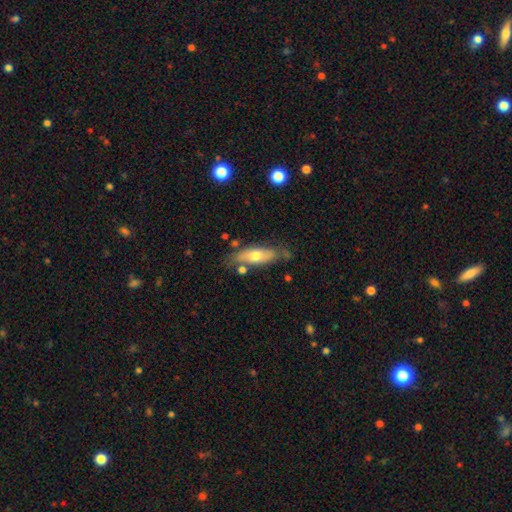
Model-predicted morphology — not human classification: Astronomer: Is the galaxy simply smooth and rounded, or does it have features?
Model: smooth — 56% (runner-up: featured or disk, 38%).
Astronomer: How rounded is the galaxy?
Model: in between — 60% (runner-up: cigar-shaped, 38%).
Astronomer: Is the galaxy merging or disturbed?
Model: none — 67%.